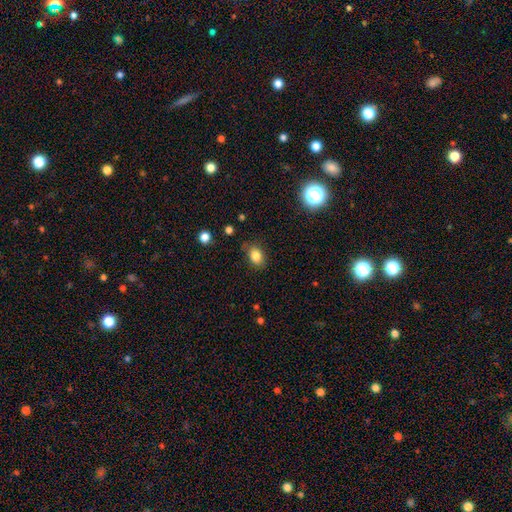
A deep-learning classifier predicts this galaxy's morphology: Smooth or featured: smooth — 83% (star or artifact — 11%)
How rounded: in between — 69% (round — 30%)
Merging: none — 79% (minor disturbance — 15%)